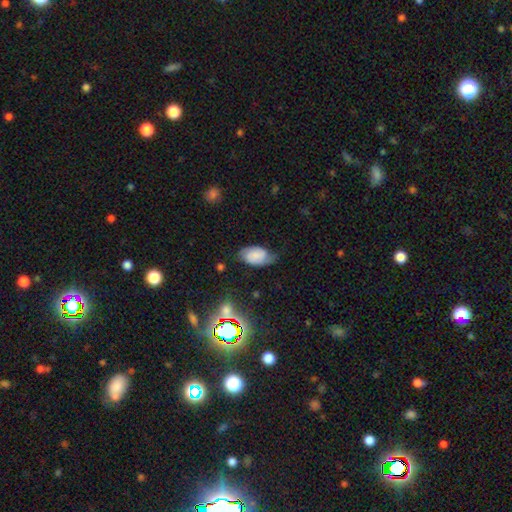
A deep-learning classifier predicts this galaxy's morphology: A smooth galaxy with no disk features (55%) that is in between round and cigar-shaped (93%).

Vote fractions:
- Smooth or featured? smooth: 55% / featured or disk: 35% / star or artifact: 10%
- How rounded? in between: 93% / round: 6% / cigar-shaped: 2%
- Merging? none: 53% / minor disturbance: 33% / major disturbance: 12% / merger: 2%